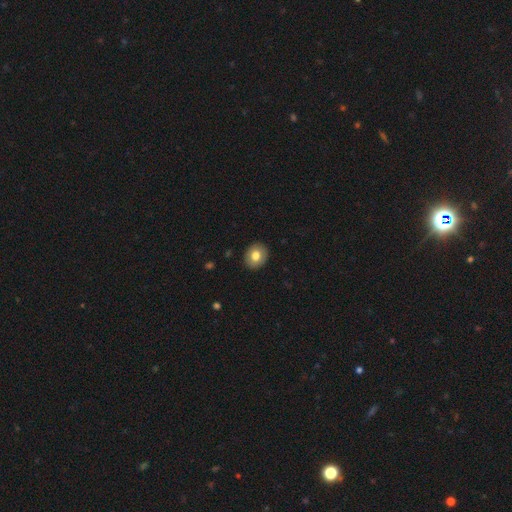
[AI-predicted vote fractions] Smooth or featured? Predicted: smooth (p=0.78). How rounded? Predicted: round (p=0.64). Merging? Predicted: none (p=0.90).